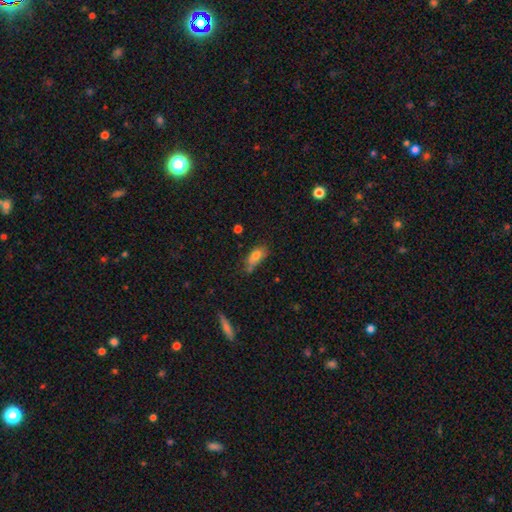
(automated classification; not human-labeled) smooth 76%, featured or disk 15%, star or artifact 9%. Down the decision tree: how rounded — in between (83%); merging — none (51%).